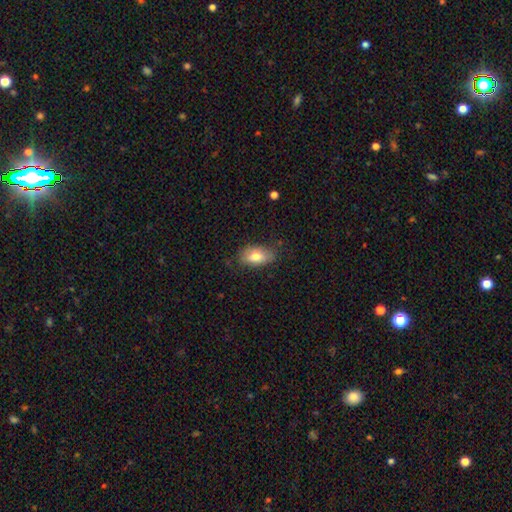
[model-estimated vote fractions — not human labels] smooth 76%, featured or disk 17%, star or artifact 8%. Down the decision tree: how rounded — in between (89%); merging — none (74%).